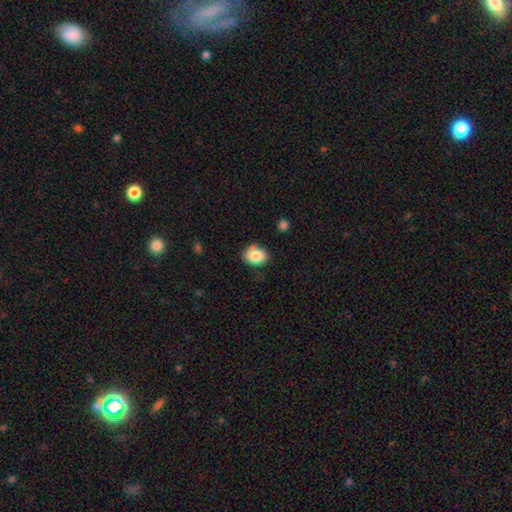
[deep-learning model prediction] A smooth galaxy with no disk features (84%) that is in between round and cigar-shaped (61%). Merging: none (74%).